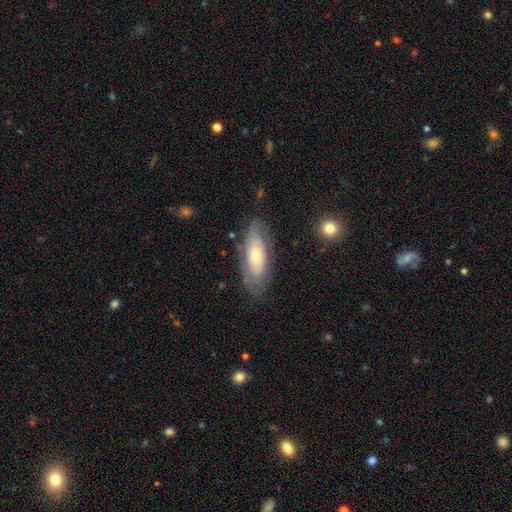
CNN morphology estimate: A featured or disk galaxy (59%).

Vote fractions:
- Smooth or featured? featured or disk: 59% / smooth: 35% / star or artifact: 6%
- Edge-on disk? no: 84% / yes: 16%
- Merging? none: 76% / minor disturbance: 17% / major disturbance: 6% / merger: 2%